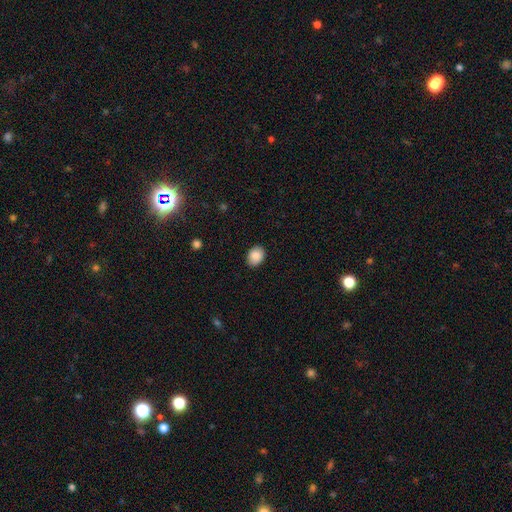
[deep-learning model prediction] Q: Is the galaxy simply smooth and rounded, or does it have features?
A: smooth — 88%.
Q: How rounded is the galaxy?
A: in between — 66%.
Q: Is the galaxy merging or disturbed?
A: none — 88%.